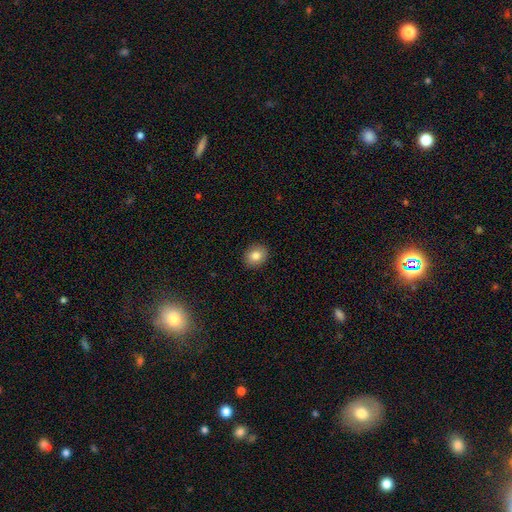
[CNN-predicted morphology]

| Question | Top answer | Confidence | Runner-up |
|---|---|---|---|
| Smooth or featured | smooth | 83% | featured or disk (9%) |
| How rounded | round | 53% | in between (46%) |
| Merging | none | 90% | minor disturbance (7%) |